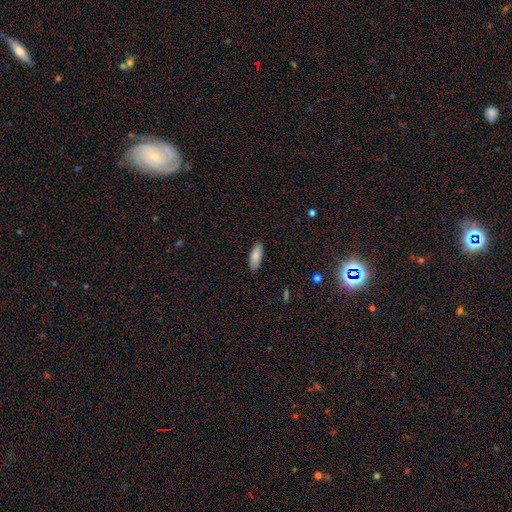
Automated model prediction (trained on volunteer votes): A smooth galaxy with no disk features (84%) that is in between round and cigar-shaped (72%). Merging: none (85%).